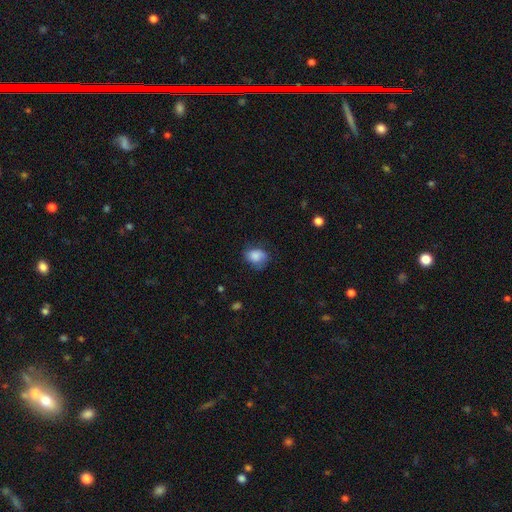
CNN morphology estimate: Smooth or featured? smooth (83%)
How rounded? in between (64%)
Merging? none (60%)